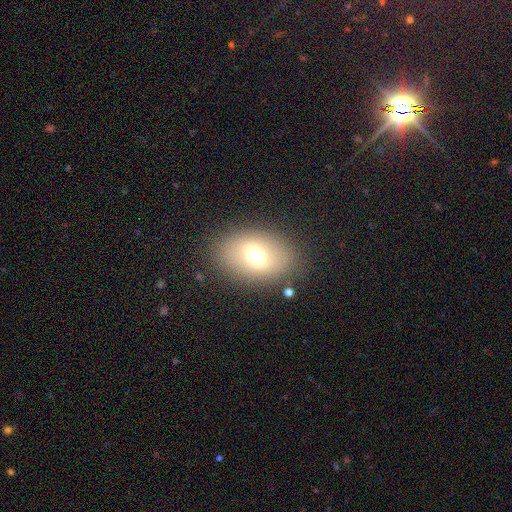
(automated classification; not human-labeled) This is possibly a smooth galaxy (59%). How rounded: likely in between (72%). Merging: clearly none (82%).